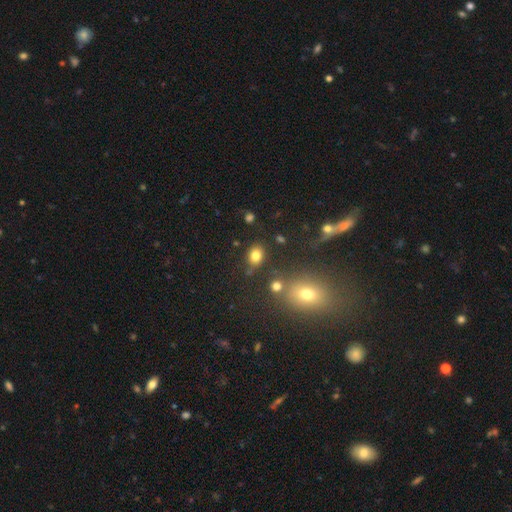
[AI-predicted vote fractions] smooth-or-featured: smooth: 80% | star or artifact: 13% | featured or disk: 7%
  how-rounded: in between: 65% | round: 33% | cigar-shaped: 1%
  merging: none: 78% | minor disturbance: 13% | merger: 6% | major disturbance: 4%